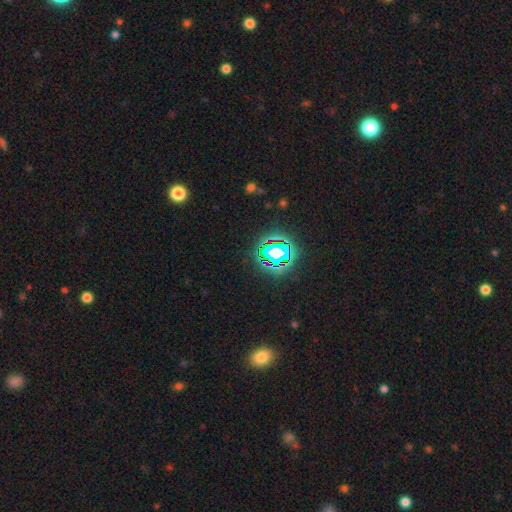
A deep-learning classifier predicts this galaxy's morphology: Overall: star or artifact (75%).